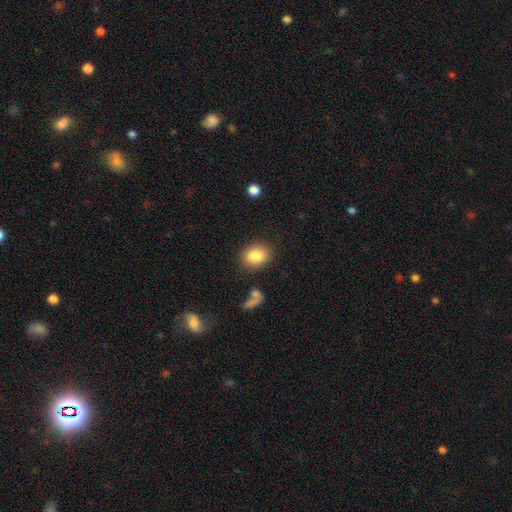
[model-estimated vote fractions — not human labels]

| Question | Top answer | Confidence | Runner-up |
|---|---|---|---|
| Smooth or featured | smooth | 84% | star or artifact (8%) |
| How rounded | in between | 55% | round (44%) |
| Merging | none | 83% | minor disturbance (9%) |